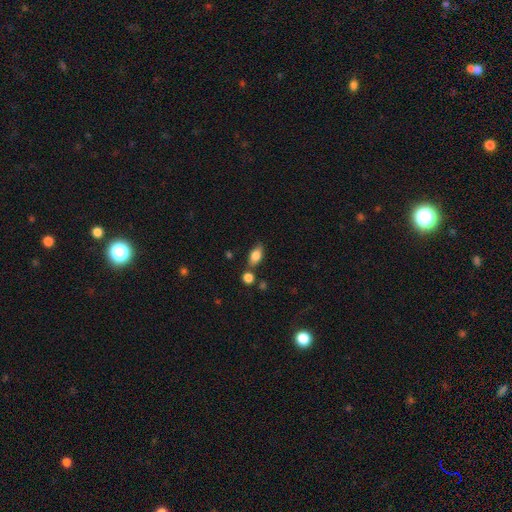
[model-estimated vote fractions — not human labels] Overall: smooth (79%). How rounded: in between (83%). Merging: none (70%).